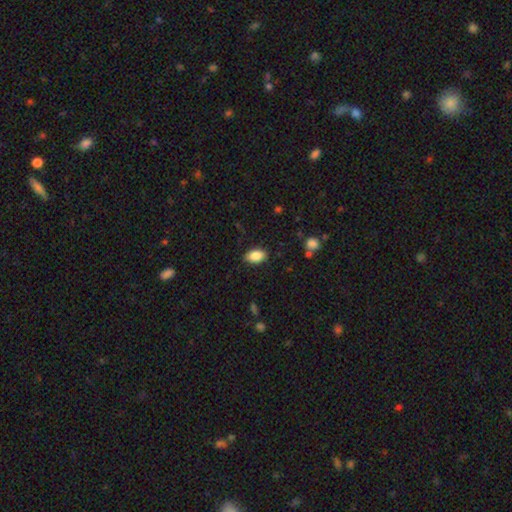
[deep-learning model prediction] This is clearly a smooth galaxy (86%). How rounded: clearly in between (91%). Merging: clearly none (86%).